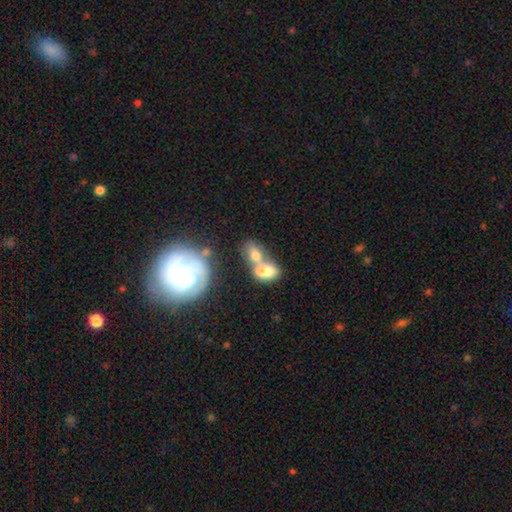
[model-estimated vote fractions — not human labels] The model was most divided on "smooth or featured": smooth: 65%, featured or disk: 25%, star or artifact: 10%. More confident: how rounded — in between (77%); merging — merger (70%).